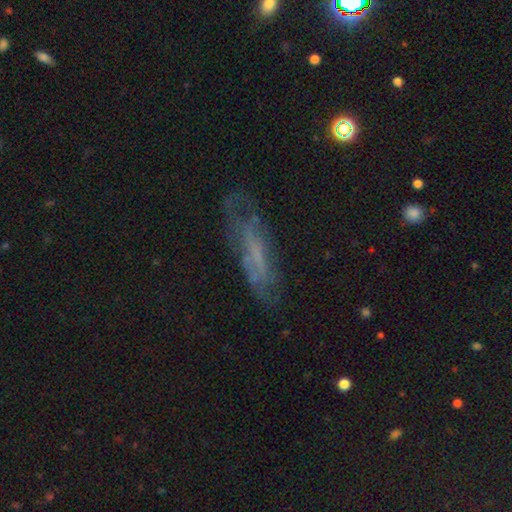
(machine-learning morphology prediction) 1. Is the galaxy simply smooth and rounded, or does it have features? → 52% featured or disk, 32% smooth, 16% star or artifact.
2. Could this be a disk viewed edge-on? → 64% no, 36% yes.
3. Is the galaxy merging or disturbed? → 63% none, 22% minor disturbance, 12% major disturbance, 2% merger.